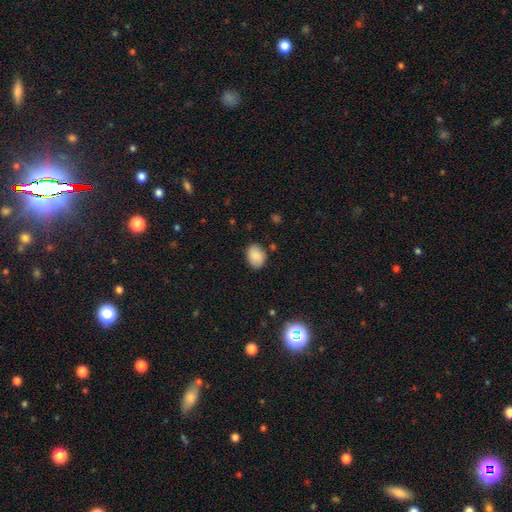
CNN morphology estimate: Smooth or featured? Predicted: smooth (p=0.87). How rounded? Predicted: in between (p=0.68). Merging? Predicted: none (p=0.82).